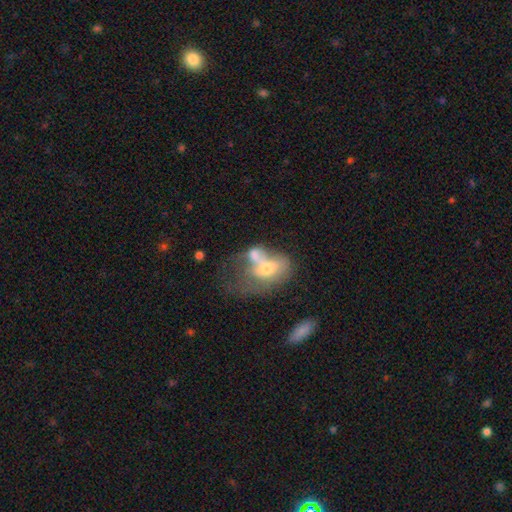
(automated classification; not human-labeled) smooth_or_featured: smooth (p=0.45) [alt: featured or disk p=0.43]
merging: merger (p=0.47) [alt: major disturbance p=0.29]